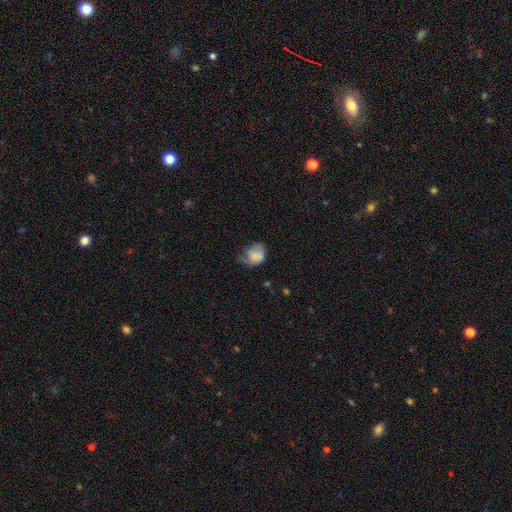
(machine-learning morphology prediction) Overall: smooth (71%). How rounded: in between (55%; round 44%). Merging: minor disturbance (36%; major disturbance 32%).